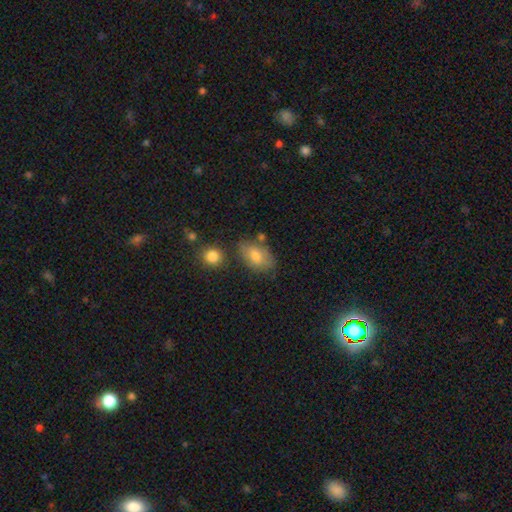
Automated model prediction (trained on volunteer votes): Morphology: type=smooth (73%); roundness=in between (88%); merging=none (66%).